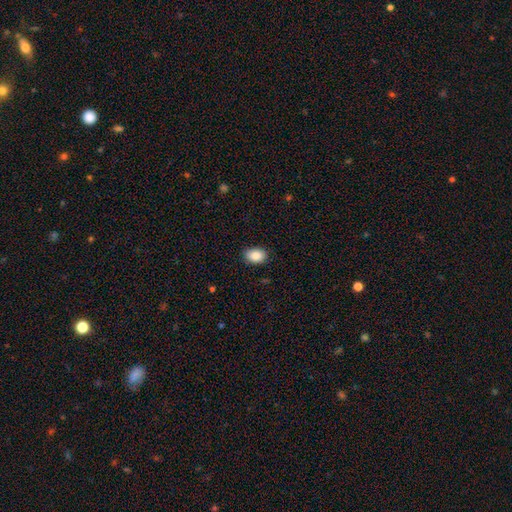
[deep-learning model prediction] This is clearly a smooth galaxy (87%). How rounded: clearly in between (81%). Merging: clearly none (87%).